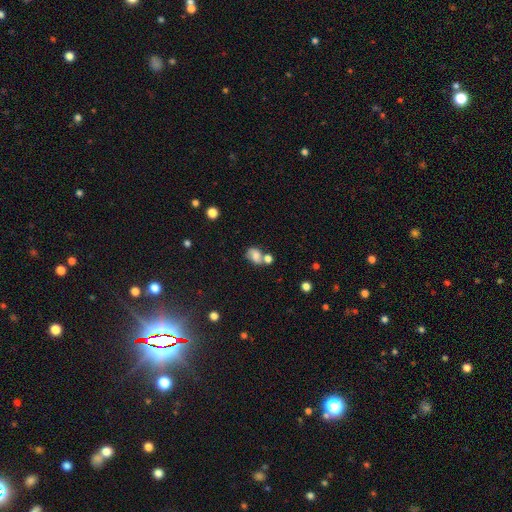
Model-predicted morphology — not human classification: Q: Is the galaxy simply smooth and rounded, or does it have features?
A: smooth — 63%.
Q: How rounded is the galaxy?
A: in between — 64%.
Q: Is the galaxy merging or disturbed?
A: merger — 39%.